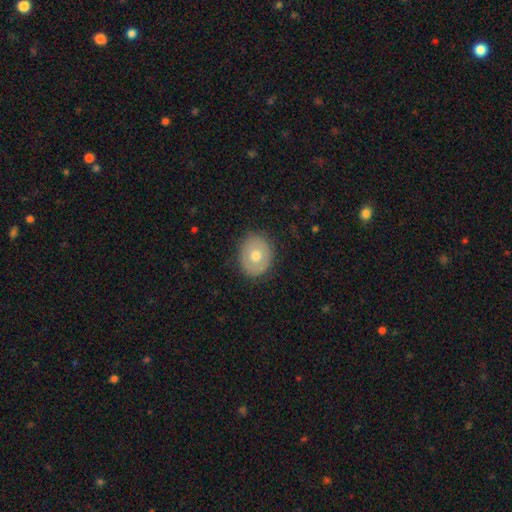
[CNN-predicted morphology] The model was most divided on "how rounded": round: 66%, in between: 33%, cigar-shaped: 1%. More confident: merging — none (87%); smooth or featured — smooth (64%).